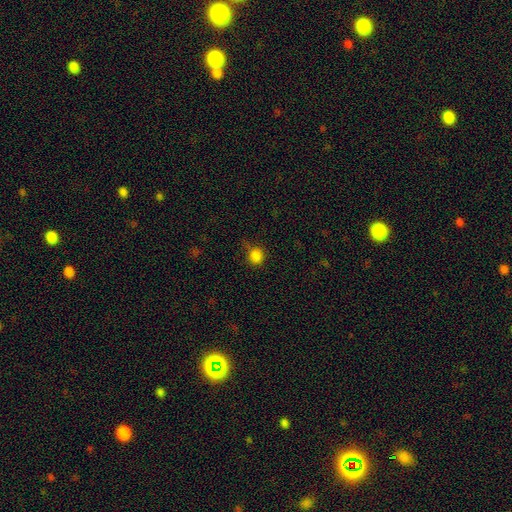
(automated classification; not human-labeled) Morphology: type=smooth (83%); roundness=round (88%); merging=none (74%).